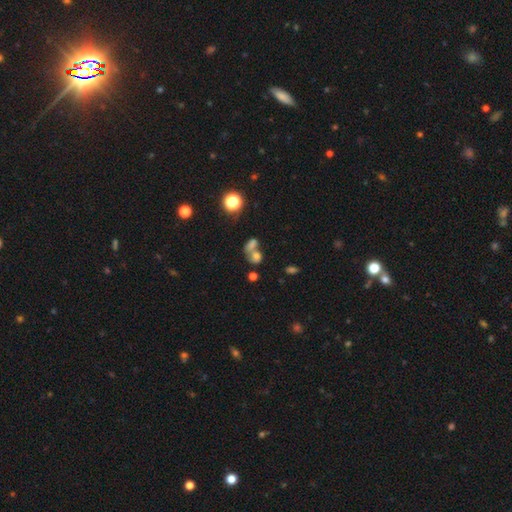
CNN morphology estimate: type=smooth (65%); roundness=in between (54%); merging=merger (61%).